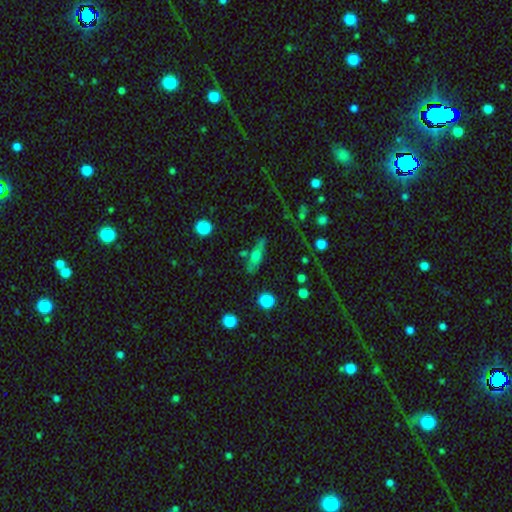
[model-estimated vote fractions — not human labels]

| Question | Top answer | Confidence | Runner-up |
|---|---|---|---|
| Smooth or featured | smooth | 51% | featured or disk (38%) |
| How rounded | cigar-shaped | 54% | in between (38%) |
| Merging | none | 69% | minor disturbance (16%) |